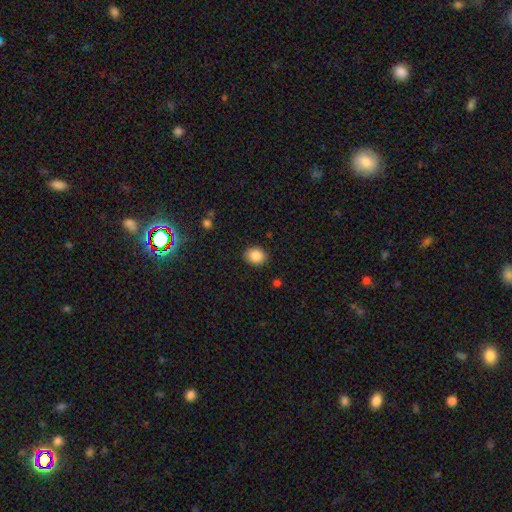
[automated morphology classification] This is clearly a smooth galaxy (87%). How rounded: possibly round (55%). Merging: clearly none (89%).